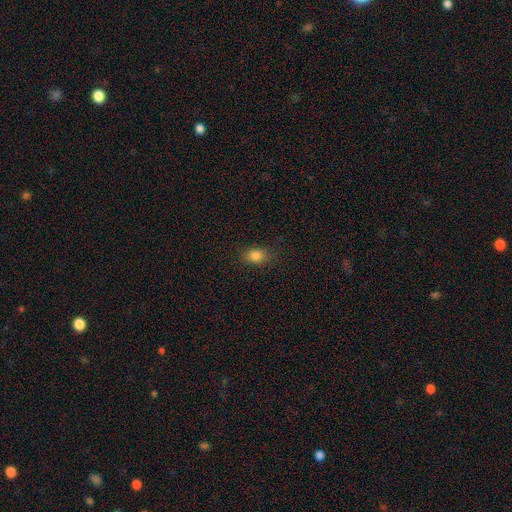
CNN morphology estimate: Smooth or featured? smooth (83%)
How rounded? in between (59%)
Merging? none (83%)